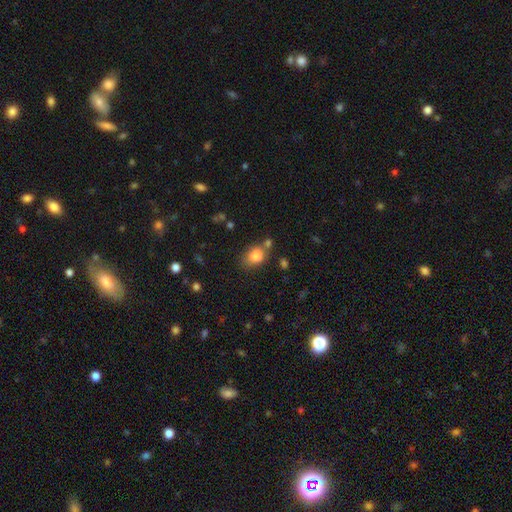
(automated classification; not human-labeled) Smooth or featured: smooth — 82% (star or artifact — 10%)
How rounded: in between — 64% (round — 35%)
Merging: none — 60% (minor disturbance — 19%)